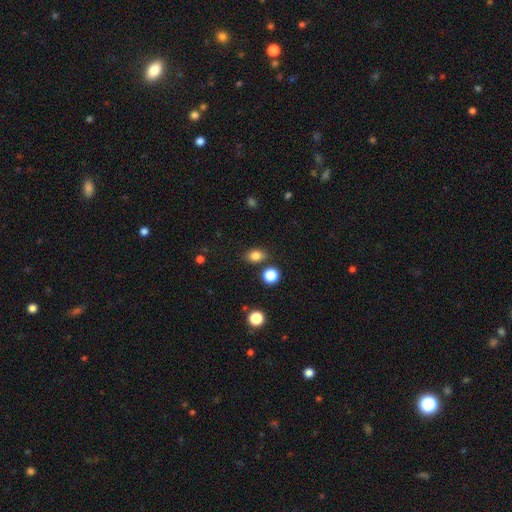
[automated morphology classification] A smooth galaxy with no disk features (82%) that is in between round and cigar-shaped (65%). Merging: none (80%).